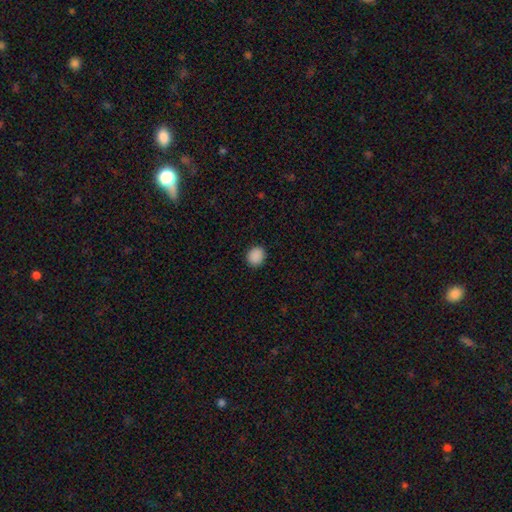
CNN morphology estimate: smooth_or_featured: smooth (p=0.89) [alt: star or artifact p=0.09]
how_rounded: round (p=0.77) [alt: in between p=0.22]
merging: none (p=0.91) [alt: minor disturbance p=0.06]